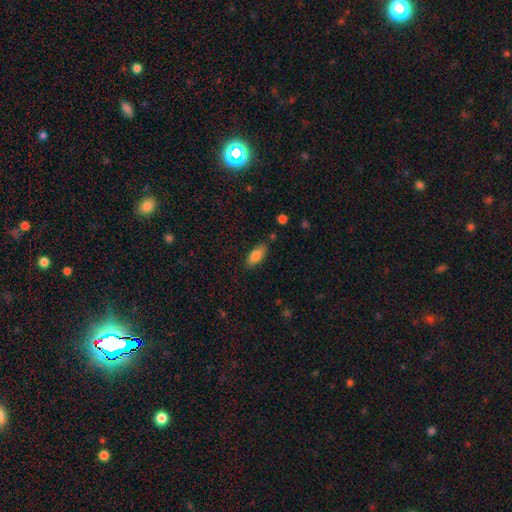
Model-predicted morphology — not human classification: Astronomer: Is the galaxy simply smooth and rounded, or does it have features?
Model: smooth — 82%.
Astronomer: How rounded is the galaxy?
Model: in between — 83%.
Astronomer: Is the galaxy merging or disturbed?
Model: none — 82%.